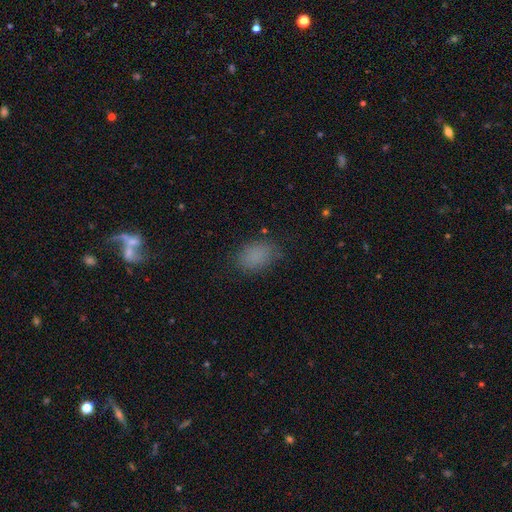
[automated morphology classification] type=smooth (82%); roundness=in between (83%); merging=none (78%).